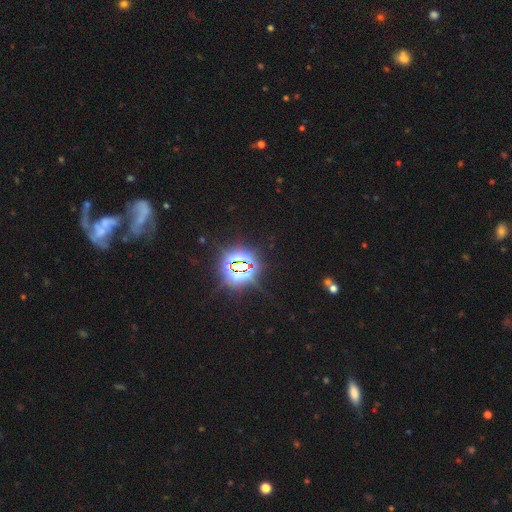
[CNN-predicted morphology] star or artifact 77%, smooth 12%, featured or disk 11%.